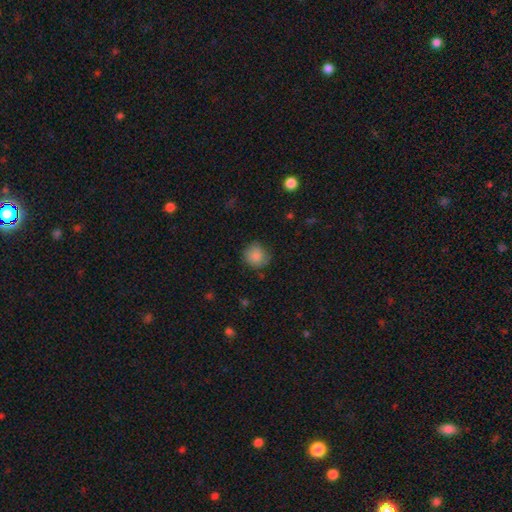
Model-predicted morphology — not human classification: This is clearly a smooth galaxy (86%). How rounded: clearly round (89%). Merging: likely none (76%).